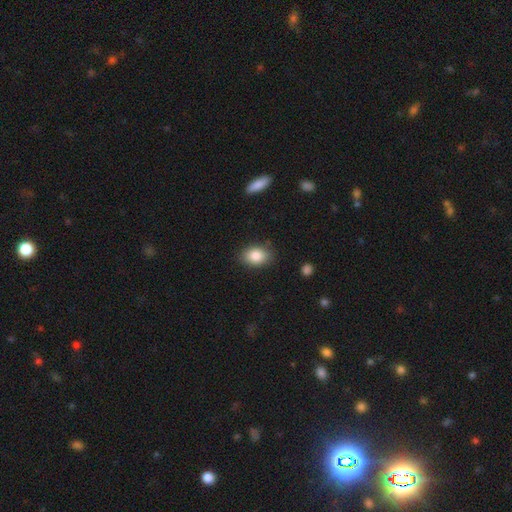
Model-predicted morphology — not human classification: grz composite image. It shows a smooth galaxy with no disk features (85%) that is in between round and cigar-shaped (78%). Merging: none (85%).